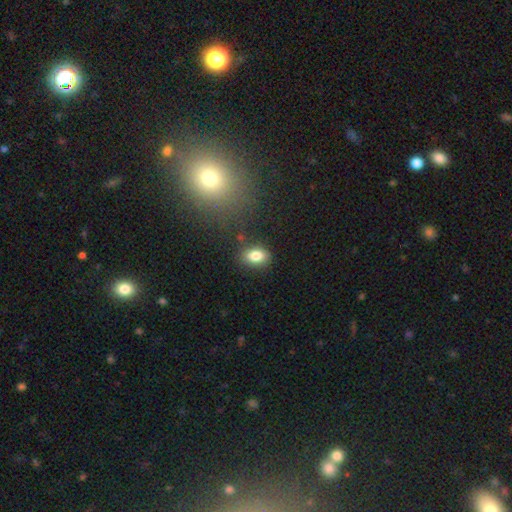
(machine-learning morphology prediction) This is clearly a smooth galaxy (82%). How rounded: clearly in between (81%). Merging: clearly none (83%).